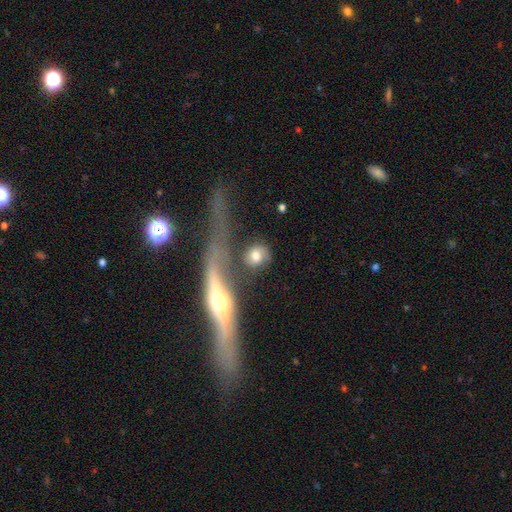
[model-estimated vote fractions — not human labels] A smooth galaxy with no disk features (65%) that is round (74%). Merging: none (53%).